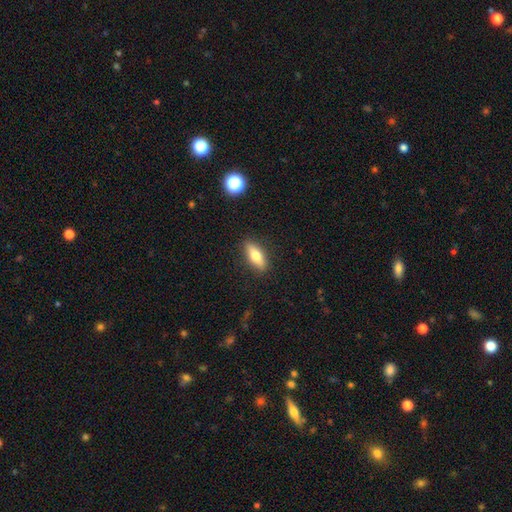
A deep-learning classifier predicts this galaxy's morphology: Smooth or featured: smooth — 71% (featured or disk — 22%)
How rounded: in between — 66% (cigar-shaped — 31%)
Merging: none — 88% (minor disturbance — 9%)